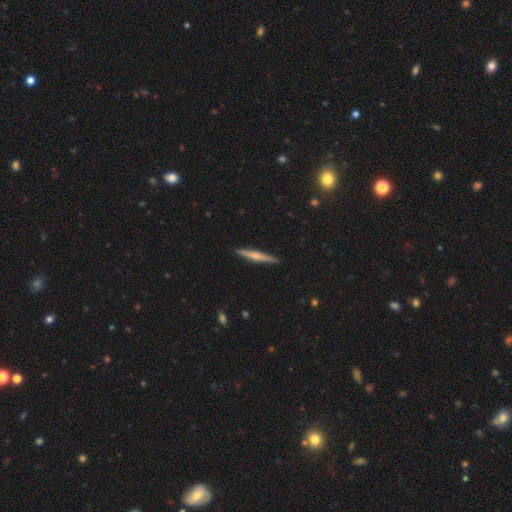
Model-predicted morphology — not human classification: featured or disk 51%, smooth 44%, star or artifact 6%. Down the decision tree: edge-on disk — yes (97%); merging — none (91%).